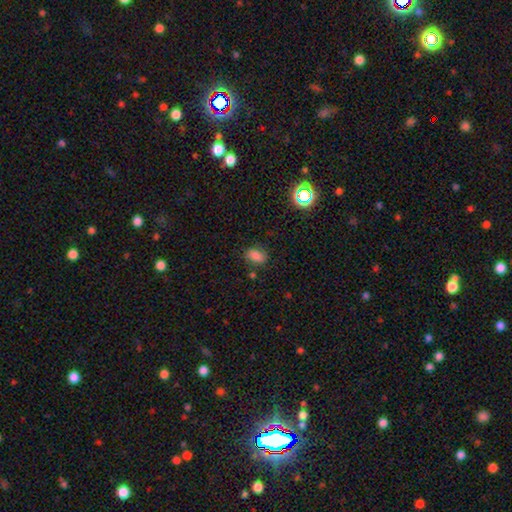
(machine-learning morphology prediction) Smooth or featured? smooth (77%)
How rounded? in between (79%)
Merging? none (75%)